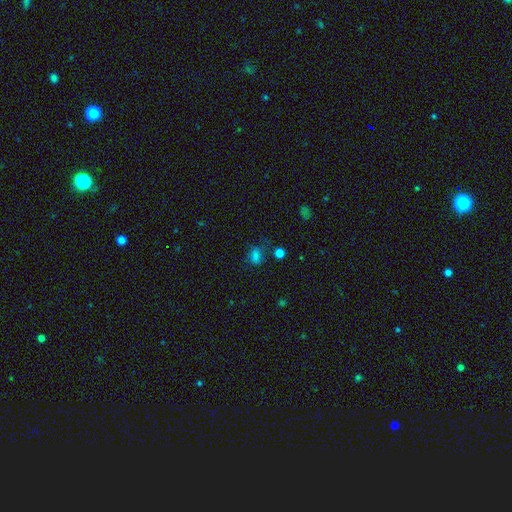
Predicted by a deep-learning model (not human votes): Smooth or featured: smooth — 72% (star or artifact — 20%)
How rounded: in between — 64% (round — 34%)
Merging: none — 57% (minor disturbance — 24%)